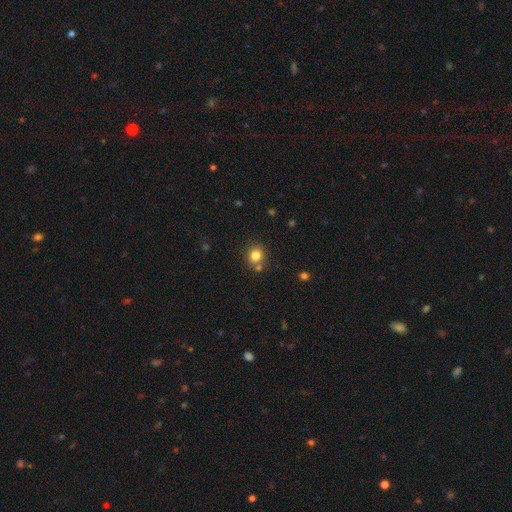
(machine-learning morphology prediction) This is clearly a smooth galaxy (81%). How rounded: clearly round (83%). Merging: likely none (74%).